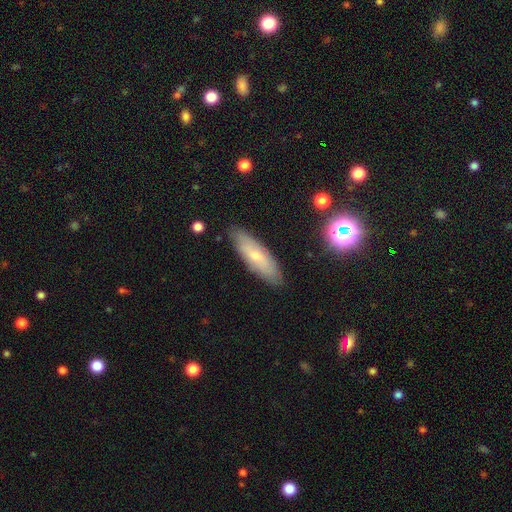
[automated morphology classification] A smooth galaxy with no disk features (54%) that is cigar-shaped (51%).

Vote fractions:
- Smooth or featured? smooth: 54% / featured or disk: 37% / star or artifact: 9%
- How rounded? cigar-shaped: 51% / in between: 46% / round: 2%
- Merging? none: 85% / minor disturbance: 11% / major disturbance: 2% / merger: 1%